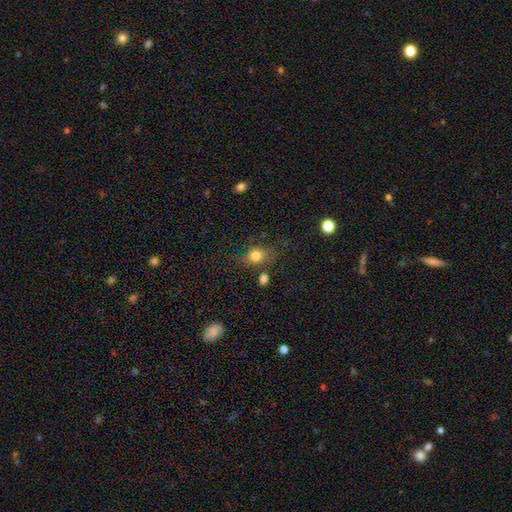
Smooth or featured: smooth — 92% (star or artifact — 5%)
How rounded: round — 60% (in between — 40%)
Merging: none — 72% (minor disturbance — 19%)